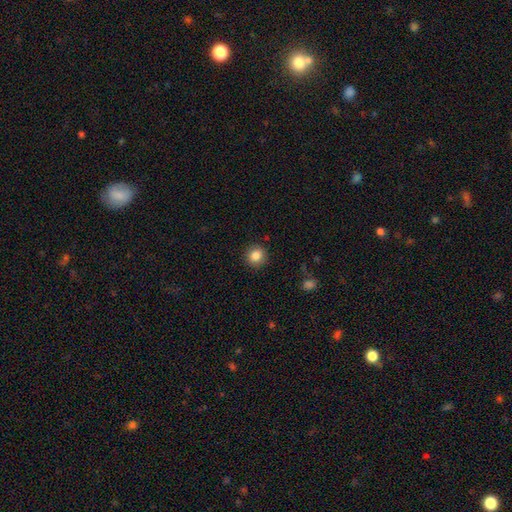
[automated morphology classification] A smooth galaxy with no disk features (85%) that is round (90%).

Vote fractions:
- Smooth or featured? smooth: 85% / star or artifact: 10% / featured or disk: 5%
- How rounded? round: 90% / in between: 9% / cigar-shaped: 1%
- Merging? none: 91% / minor disturbance: 6% / major disturbance: 2% / merger: 1%